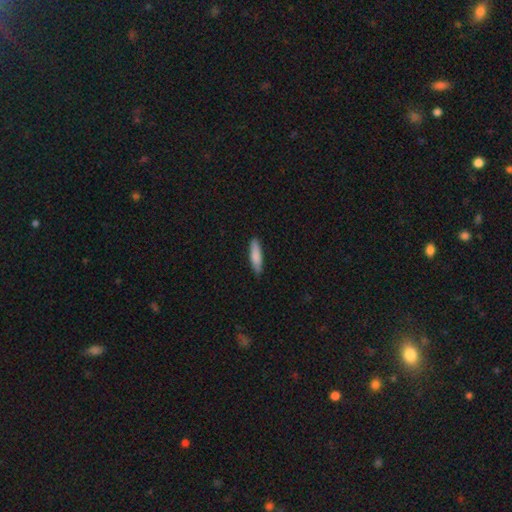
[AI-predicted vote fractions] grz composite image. It shows a smooth galaxy with no disk features (83%) that is cigar-shaped (71%). Merging: none (86%).